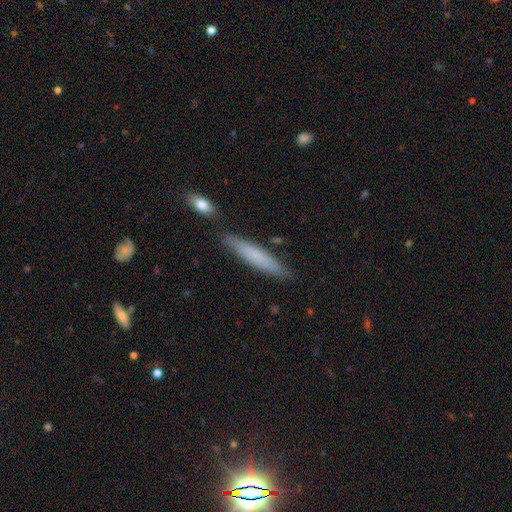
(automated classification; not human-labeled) smooth-or-featured: smooth: 70% | featured or disk: 24% | star or artifact: 7%
  how-rounded: cigar-shaped: 91% | in between: 8% | round: 1%
  merging: none: 83% | minor disturbance: 12% | merger: 3% | major disturbance: 2%